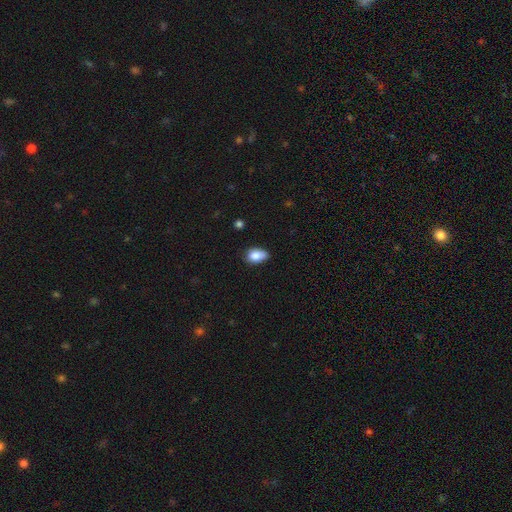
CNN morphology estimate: Smooth or featured? smooth (84%)
How rounded? in between (84%)
Merging? none (55%)